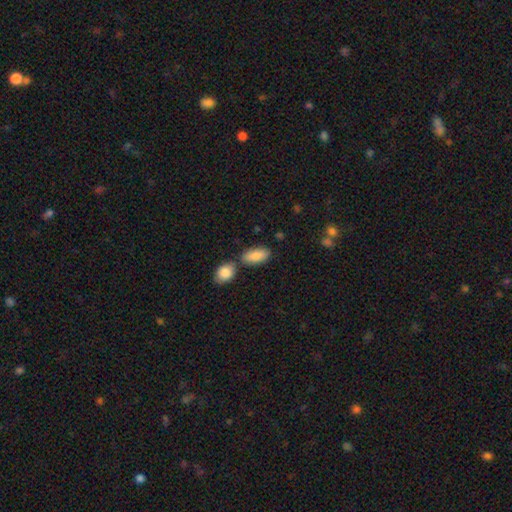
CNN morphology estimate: This appears to be a smooth galaxy with no disk features (88%) that is in between round and cigar-shaped (89%). Merging: none (65%).